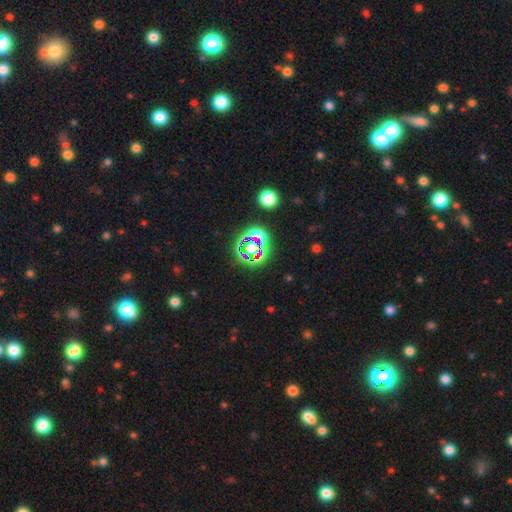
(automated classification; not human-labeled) Smooth or featured: star or artifact — 63% (smooth — 26%)